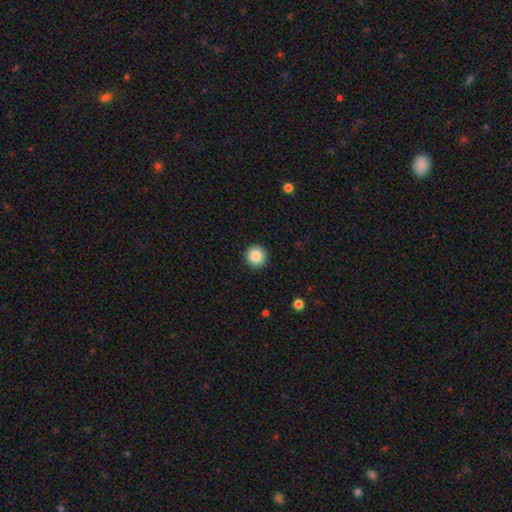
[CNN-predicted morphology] The model was most divided on "smooth or featured": smooth: 87%, star or artifact: 9%, featured or disk: 4%. More confident: how rounded — round (95%); merging — none (93%).